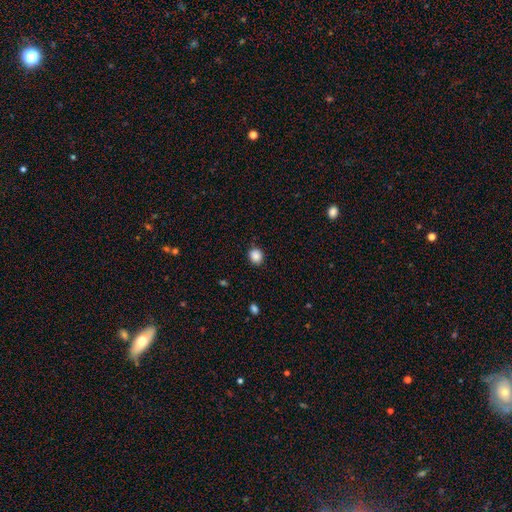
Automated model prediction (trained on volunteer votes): Q: Smooth or featured?
A: smooth (87%); runner-up: star or artifact (10%)
Q: How rounded?
A: round (76%); runner-up: in between (23%)
Q: Merging?
A: none (85%); runner-up: minor disturbance (11%)